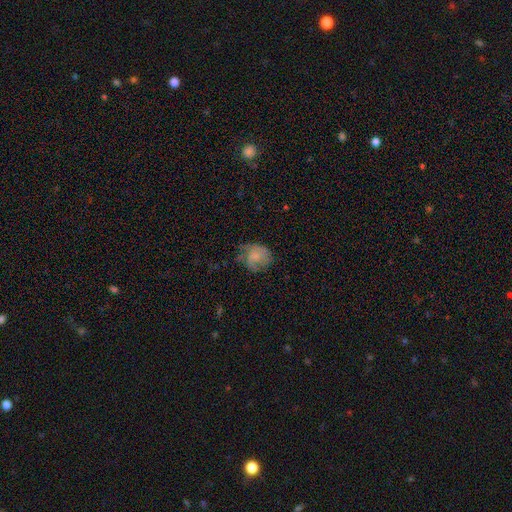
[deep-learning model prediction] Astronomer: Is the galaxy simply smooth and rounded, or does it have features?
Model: smooth — 58%.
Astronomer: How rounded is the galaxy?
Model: round — 67%.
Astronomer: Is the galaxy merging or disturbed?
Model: none — 46% (runner-up: minor disturbance, 32%).